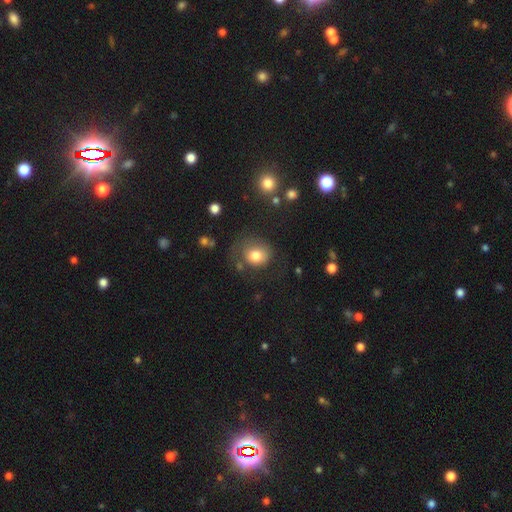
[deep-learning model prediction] This appears to be a smooth galaxy with no disk features (77%) that is round (73%). Merging: none (53%).